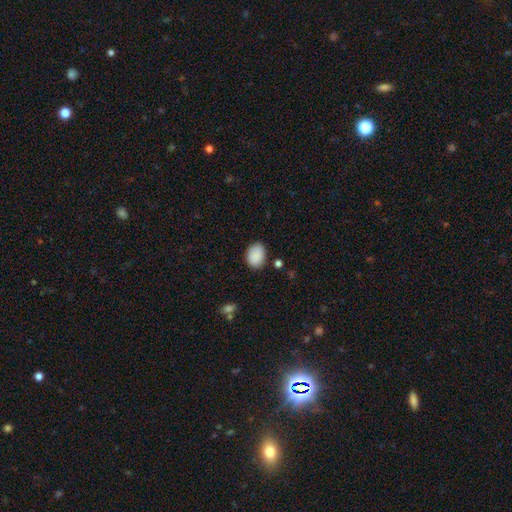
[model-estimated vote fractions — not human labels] Overall: smooth (90%). How rounded: in between (67%; round 32%). Merging: none (82%).